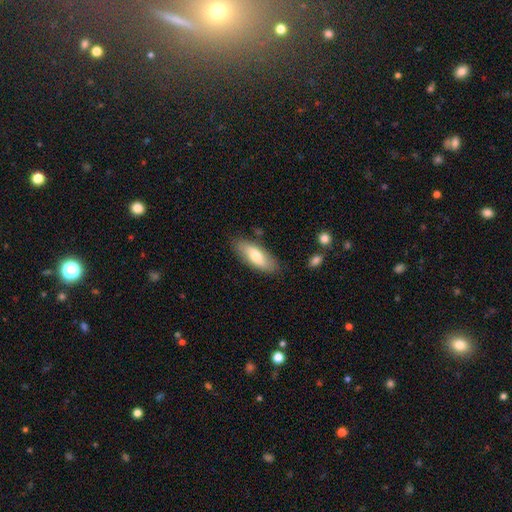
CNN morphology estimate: smooth-or-featured: smooth: 70% | featured or disk: 24% | star or artifact: 6%
  how-rounded: in between: 74% | cigar-shaped: 23% | round: 2%
  merging: none: 83% | minor disturbance: 13% | major disturbance: 3% | merger: 2%